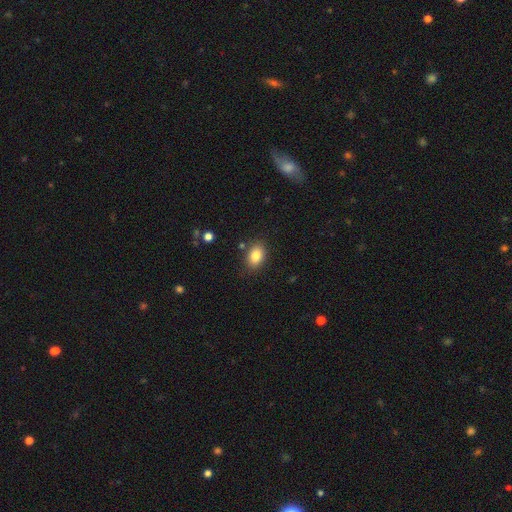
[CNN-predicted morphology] smooth-or-featured: smooth: 85% | star or artifact: 9% | featured or disk: 6%
  how-rounded: in between: 81% | round: 17% | cigar-shaped: 1%
  merging: none: 83% | minor disturbance: 11% | major disturbance: 3% | merger: 3%